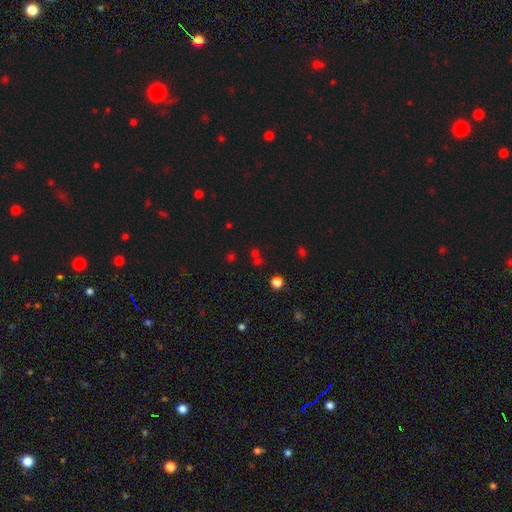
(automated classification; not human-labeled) The model was most divided on "smooth or featured": star or artifact: 46%, smooth: 45%, featured or disk: 9%.